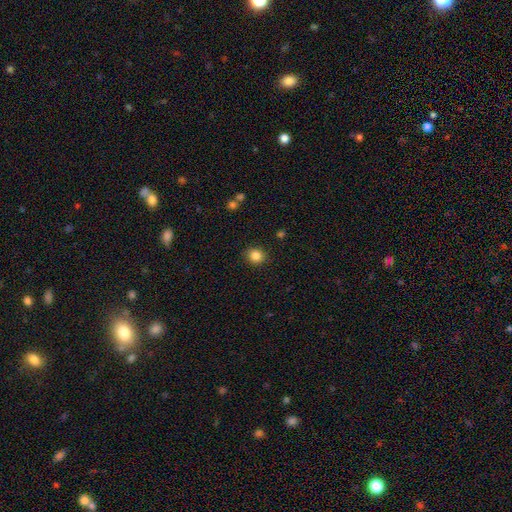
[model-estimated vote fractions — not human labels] Morphology: type=smooth (85%); roundness=round (84%); merging=none (90%).